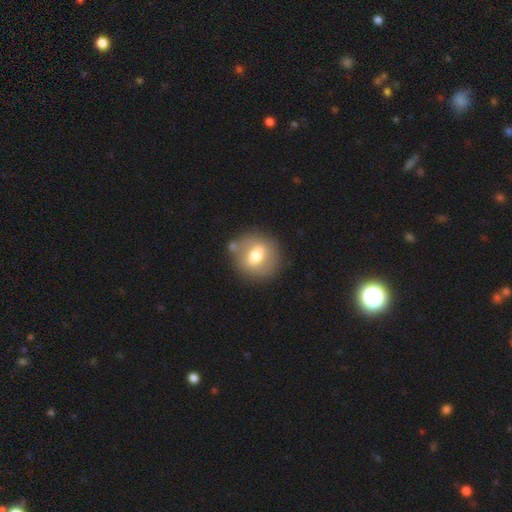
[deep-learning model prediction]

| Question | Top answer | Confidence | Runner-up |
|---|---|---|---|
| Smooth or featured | smooth | 55% | featured or disk (37%) |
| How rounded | round | 80% | in between (18%) |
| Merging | none | 76% | minor disturbance (12%) |